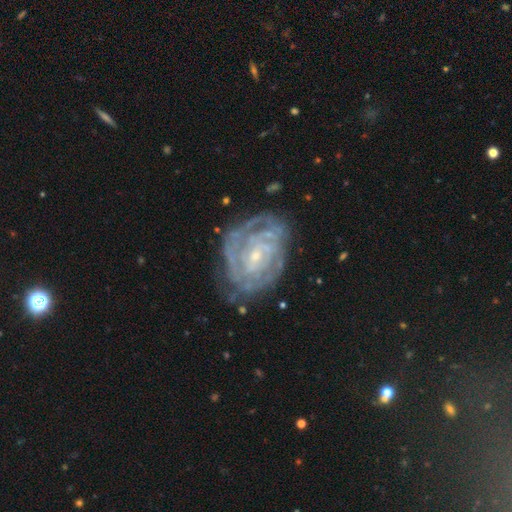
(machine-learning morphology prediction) Smooth or featured?
  - featured or disk: 85% *
  - smooth: 8%
  - star or artifact: 7%
Edge-on disk?
  - no: 97% *
  - yes: 3%
Bar?
  - no: 50% *
  - weak: 40%
  - strong: 11%
Spiral arms?
  - yes: 93% *
  - no: 7%
Spiral winding?
  - tight: 73% *
  - medium: 23%
  - loose: 5%
Spiral arm count?
  - can't tell: 41% *
  - 2: 20%
  - 3: 16%
  - 4: 12%
  - more than 4: 6%
  - 1: 5%
Bulge size?
  - small: 72% *
  - moderate: 23%
  - none: 3%
  - large: 1%
  - dominant: 1%
Merging?
  - none: 69% *
  - minor disturbance: 20%
  - major disturbance: 9%
  - merger: 2%